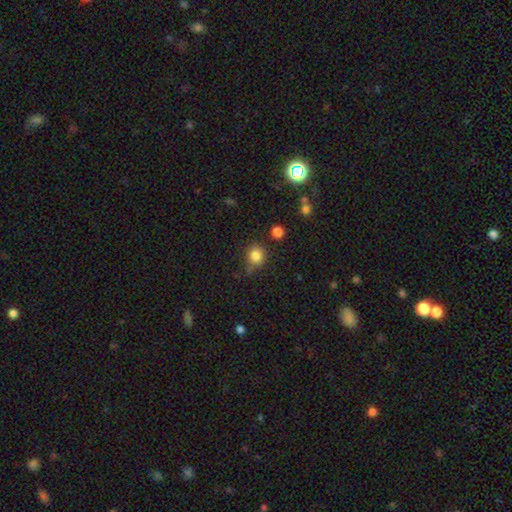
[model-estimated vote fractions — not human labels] smooth_or_featured: smooth (p=0.82) [alt: star or artifact p=0.12]
how_rounded: round (p=0.75) [alt: in between p=0.24]
merging: none (p=0.67) [alt: minor disturbance p=0.22]